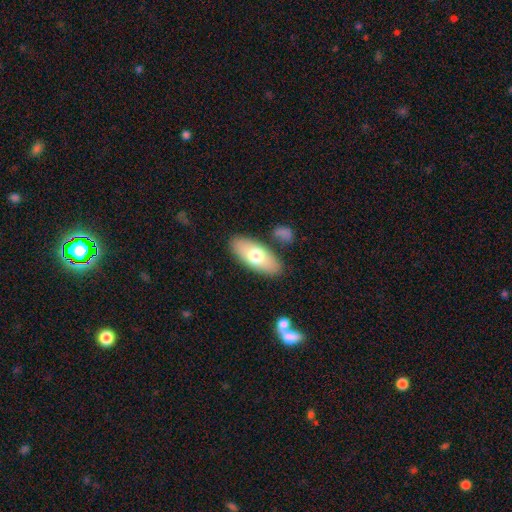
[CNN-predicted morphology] A smooth galaxy with no disk features (68%) that is in between round and cigar-shaped (84%). Merging: none (83%).